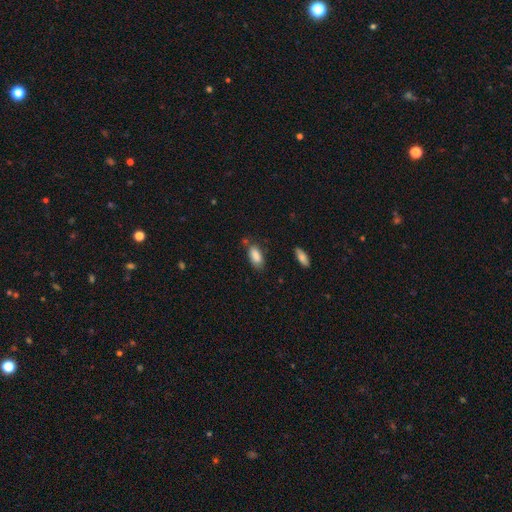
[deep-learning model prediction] smooth 86%, star or artifact 7%, featured or disk 7%. Down the decision tree: how rounded — in between (88%); merging — none (70%).